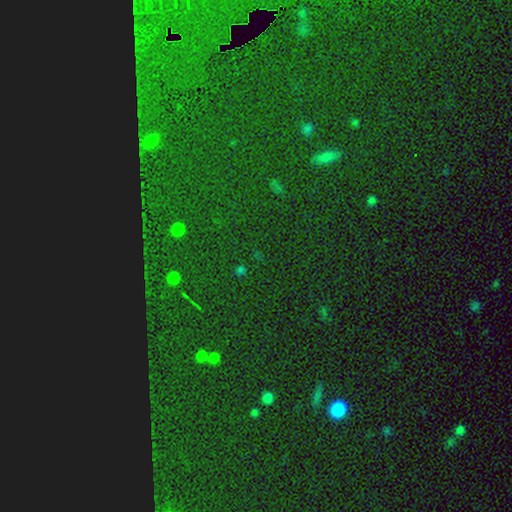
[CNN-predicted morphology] The model was most divided on "smooth or featured": star or artifact: 83%, smooth: 10%, featured or disk: 8%.